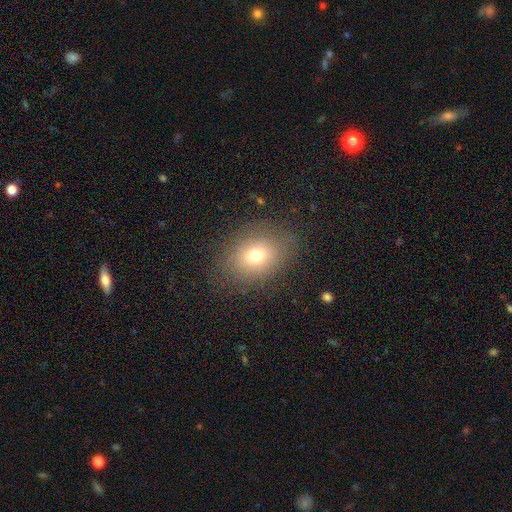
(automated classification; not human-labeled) Smooth or featured?
  - smooth: 72% *
  - featured or disk: 15%
  - star or artifact: 14%
How rounded?
  - in between: 58% *
  - round: 41%
  - cigar-shaped: 1%
Merging?
  - none: 80% *
  - minor disturbance: 13%
  - major disturbance: 6%
  - merger: 1%